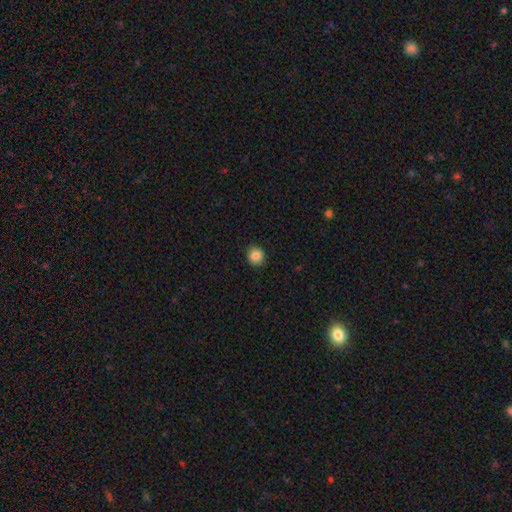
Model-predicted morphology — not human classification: A smooth galaxy with no disk features (85%) that is round (83%).

Vote fractions:
- Smooth or featured? smooth: 85% / star or artifact: 9% / featured or disk: 5%
- How rounded? round: 83% / in between: 16% / cigar-shaped: 1%
- Merging? none: 91% / minor disturbance: 7% / major disturbance: 2% / merger: 1%